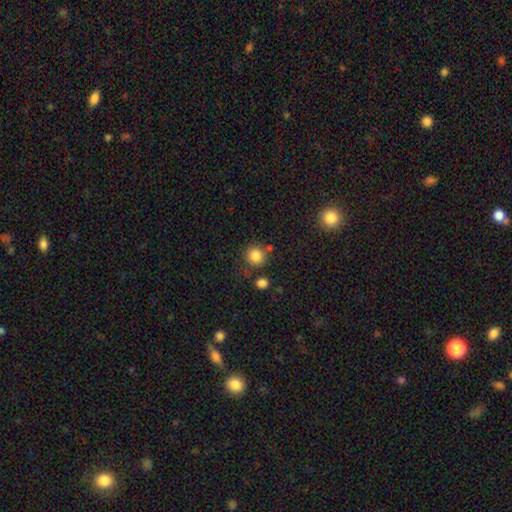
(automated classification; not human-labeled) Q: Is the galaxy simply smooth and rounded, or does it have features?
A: smooth — 84%.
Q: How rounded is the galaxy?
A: round — 90%.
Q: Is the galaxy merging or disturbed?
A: none — 76%.